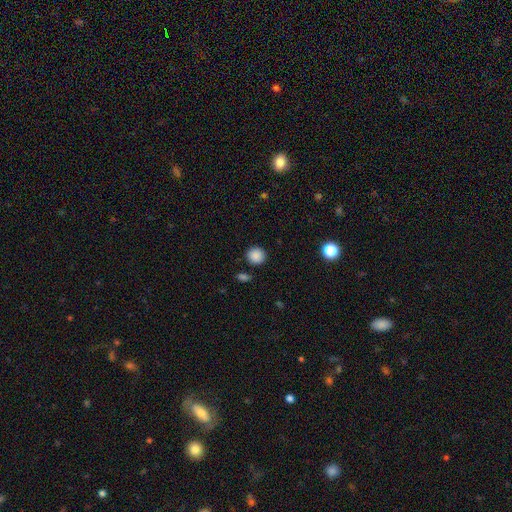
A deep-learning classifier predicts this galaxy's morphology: Smooth or featured?
  - smooth: 87% *
  - star or artifact: 9%
  - featured or disk: 3%
How rounded?
  - round: 90% *
  - in between: 9%
  - cigar-shaped: 1%
Merging?
  - none: 86% *
  - minor disturbance: 8%
  - merger: 3%
  - major disturbance: 3%